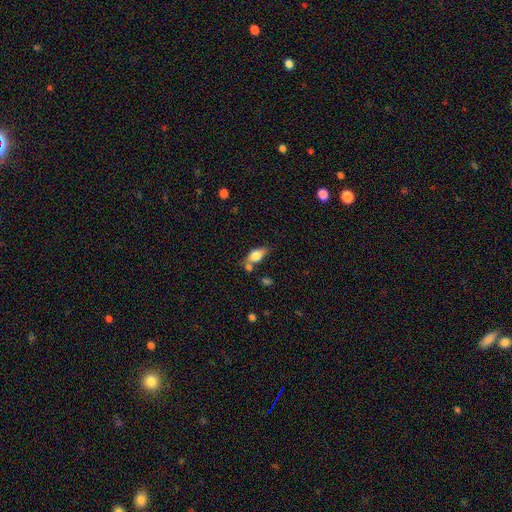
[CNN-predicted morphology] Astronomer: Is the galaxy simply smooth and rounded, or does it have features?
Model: smooth — 69%.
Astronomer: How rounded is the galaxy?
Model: in between — 80%.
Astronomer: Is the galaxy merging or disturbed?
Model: none — 55%.